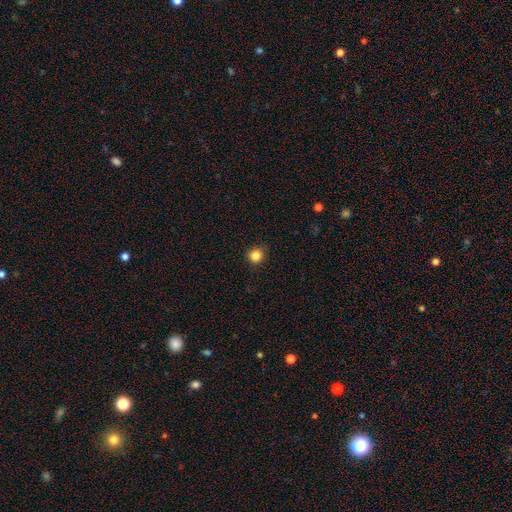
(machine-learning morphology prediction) Smooth or featured? Predicted: smooth (p=0.84). How rounded? Predicted: round (p=0.93). Merging? Predicted: none (p=0.91).